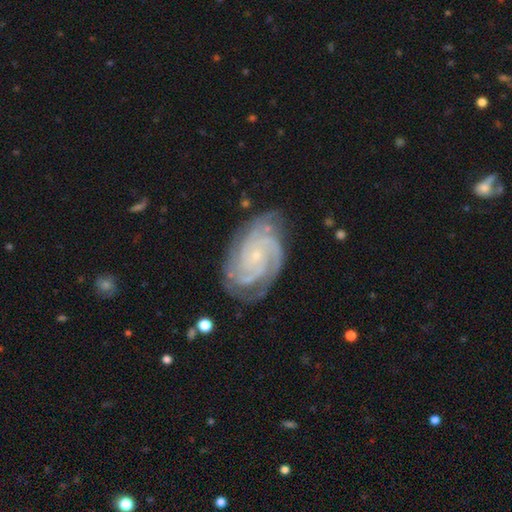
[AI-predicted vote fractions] Smooth or featured? featured or disk (90%)
Edge-on disk? no (97%)
Bar? no (75%)
Spiral arms? yes (98%)
Spiral winding? tight (75%)
Spiral arm count? 3 (29%)
Bulge size? small (85%)
Merging? none (76%)